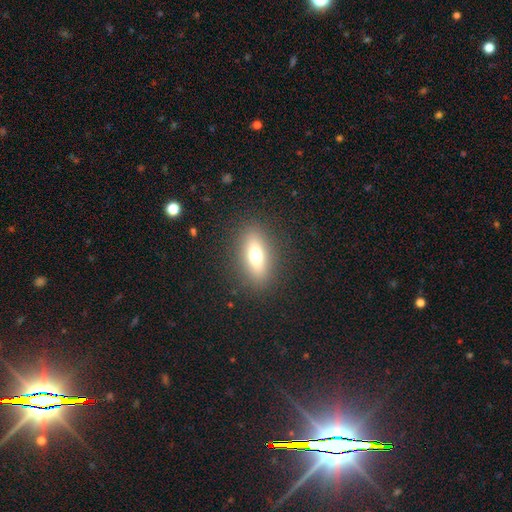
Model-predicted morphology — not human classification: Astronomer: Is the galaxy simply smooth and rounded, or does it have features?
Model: smooth — 66%.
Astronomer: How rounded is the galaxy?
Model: in between — 70%.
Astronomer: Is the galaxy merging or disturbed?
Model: none — 87%.